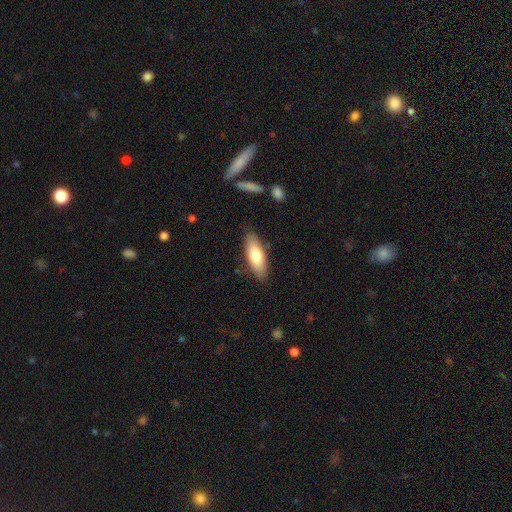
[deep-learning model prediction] Smooth or featured: smooth — 75% (featured or disk — 20%)
How rounded: in between — 65% (cigar-shaped — 33%)
Merging: none — 83% (minor disturbance — 12%)